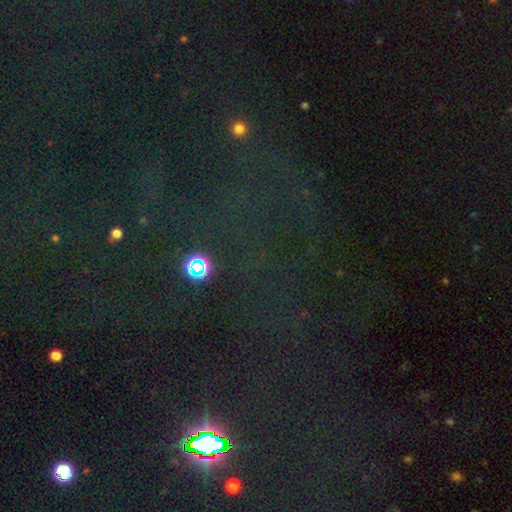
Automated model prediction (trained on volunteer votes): Q: Smooth or featured?
A: star or artifact (74%); runner-up: smooth (15%)